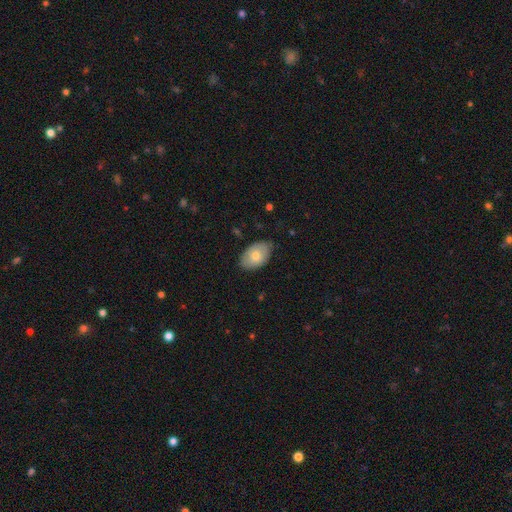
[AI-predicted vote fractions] Smooth or featured? Predicted: smooth (p=0.72). How rounded? Predicted: in between (p=0.90). Merging? Predicted: none (p=0.75).